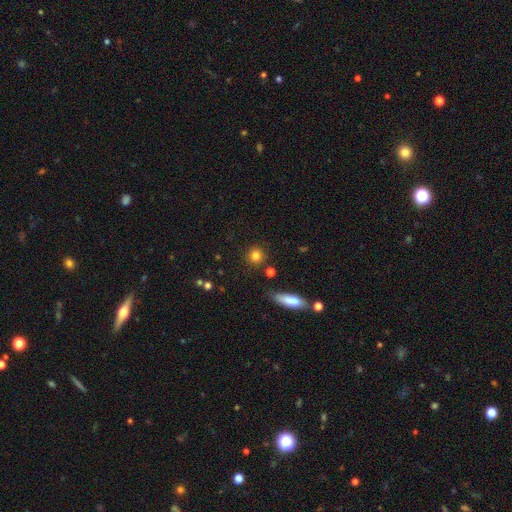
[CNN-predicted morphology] type=smooth (82%); roundness=round (90%); merging=none (86%).